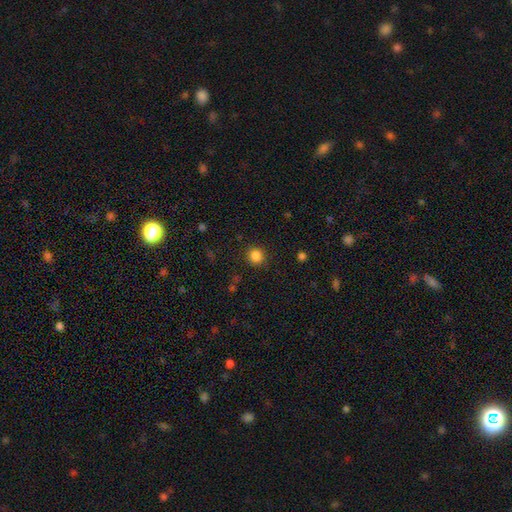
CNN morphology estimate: The model was most divided on "smooth or featured": smooth: 85%, star or artifact: 12%, featured or disk: 3%. More confident: how rounded — round (93%); merging — none (89%).